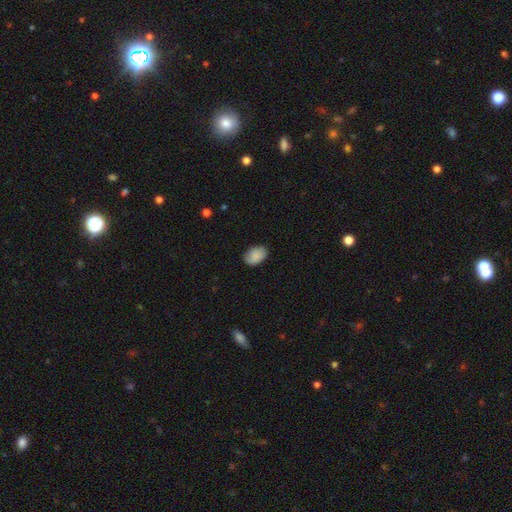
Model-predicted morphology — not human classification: This appears to be a smooth galaxy with no disk features (88%) that is in between round and cigar-shaped (84%). Merging: none (84%).